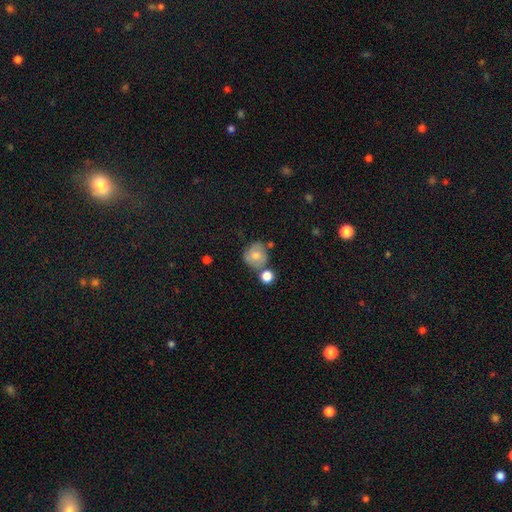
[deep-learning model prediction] A smooth galaxy with no disk features (67%) that is round (83%). Merging: none (58%).